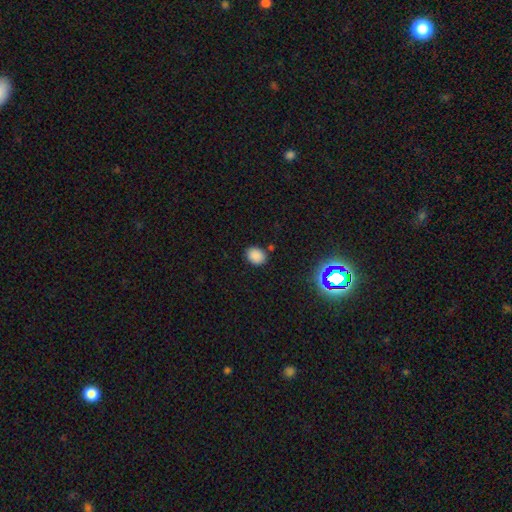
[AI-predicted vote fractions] Smooth or featured? Predicted: smooth (p=0.84). How rounded? Predicted: in between (p=0.51). Merging? Predicted: none (p=0.83).